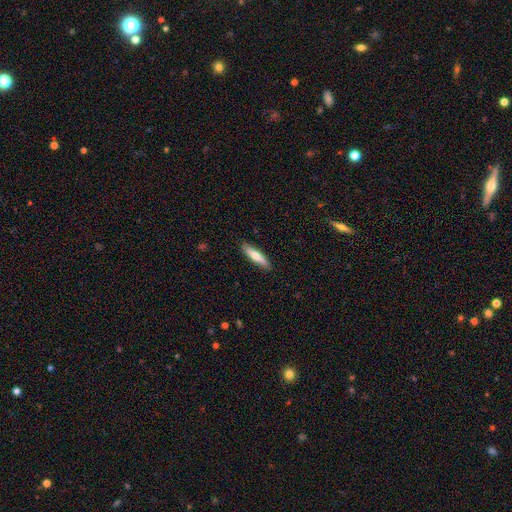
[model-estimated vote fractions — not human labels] Smooth or featured?
  - smooth: 66% *
  - featured or disk: 29%
  - star or artifact: 6%
How rounded?
  - cigar-shaped: 77% *
  - in between: 22%
  - round: 2%
Merging?
  - none: 89% *
  - minor disturbance: 9%
  - major disturbance: 2%
  - merger: 1%